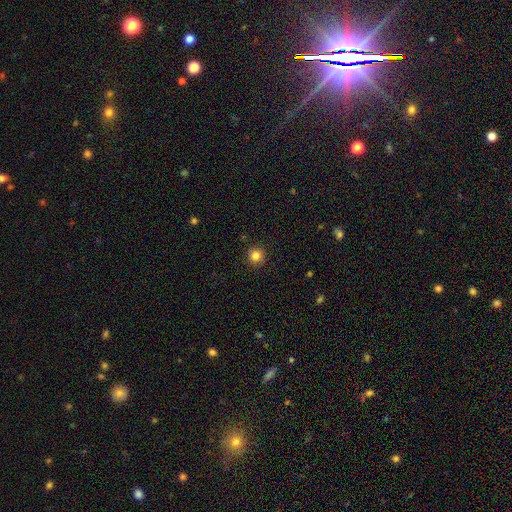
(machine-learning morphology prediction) A smooth galaxy with no disk features (84%) that is round (94%).

Vote fractions:
- Smooth or featured? smooth: 84% / star or artifact: 12% / featured or disk: 4%
- How rounded? round: 94% / in between: 5% / cigar-shaped: 1%
- Merging? none: 91% / minor disturbance: 6% / major disturbance: 2% / merger: 1%